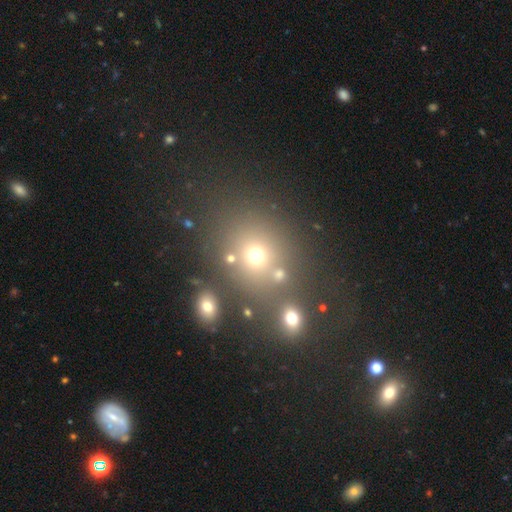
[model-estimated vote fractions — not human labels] smooth_or_featured: smooth (p=0.64) [alt: star or artifact p=0.23]
how_rounded: round (p=0.71) [alt: in between p=0.28]
merging: none (p=0.64) [alt: merger p=0.19]